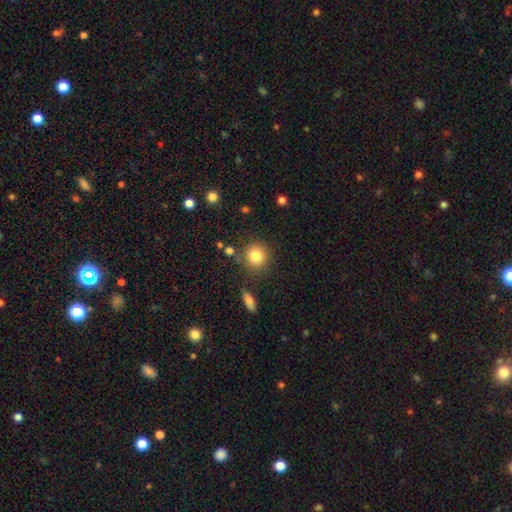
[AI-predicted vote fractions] Q: Smooth or featured?
A: smooth (83%); runner-up: star or artifact (9%)
Q: How rounded?
A: round (90%); runner-up: in between (9%)
Q: Merging?
A: none (81%); runner-up: minor disturbance (10%)